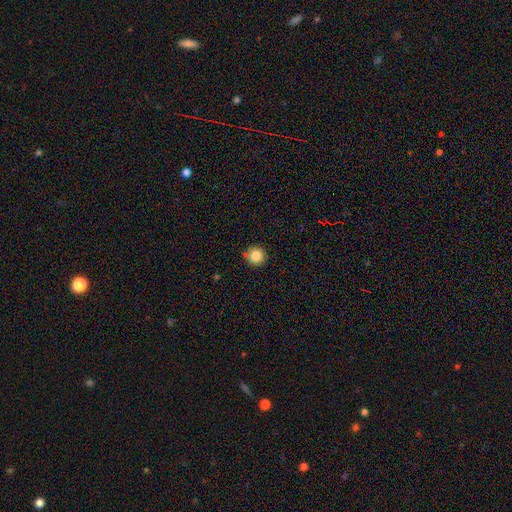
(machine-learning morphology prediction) A smooth galaxy with no disk features (84%) that is round (94%).

Vote fractions:
- Smooth or featured? smooth: 84% / star or artifact: 10% / featured or disk: 5%
- How rounded? round: 94% / in between: 5% / cigar-shaped: 1%
- Merging? none: 85% / minor disturbance: 12% / major disturbance: 2% / merger: 1%